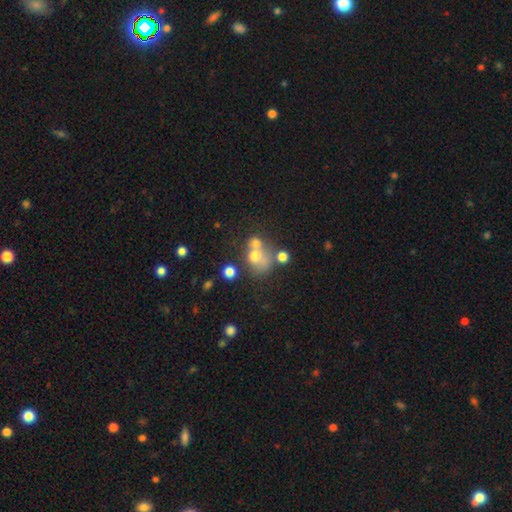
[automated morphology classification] type=smooth (61%); roundness=round (64%); merging=merger (49%).